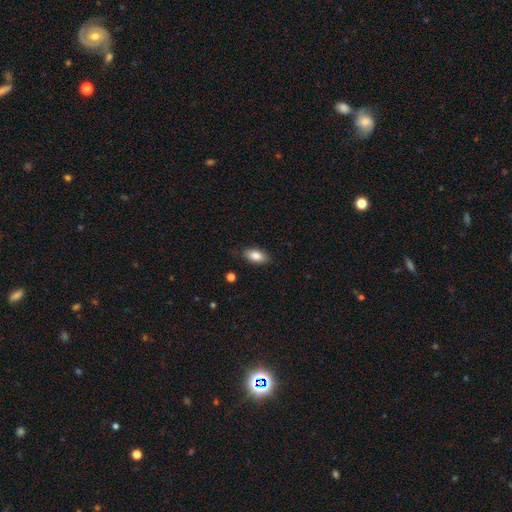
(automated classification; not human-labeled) The model was most divided on "merging": none: 82%, minor disturbance: 14%, major disturbance: 3%, merger: 1%. More confident: how rounded — in between (90%); smooth or featured — smooth (85%).